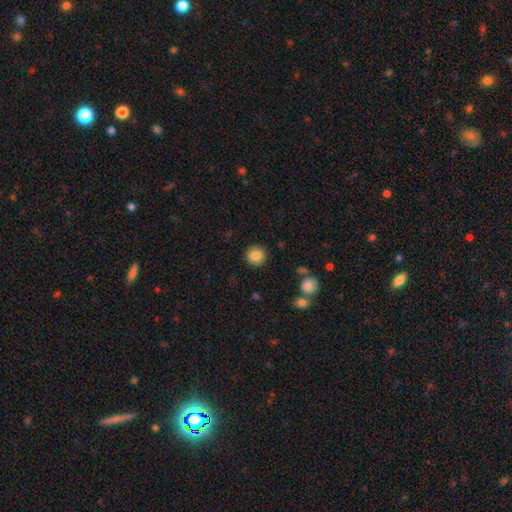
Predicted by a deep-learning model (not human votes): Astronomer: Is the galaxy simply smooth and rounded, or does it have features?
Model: smooth — 86%.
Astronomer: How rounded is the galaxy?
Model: round — 93%.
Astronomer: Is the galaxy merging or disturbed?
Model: none — 90%.